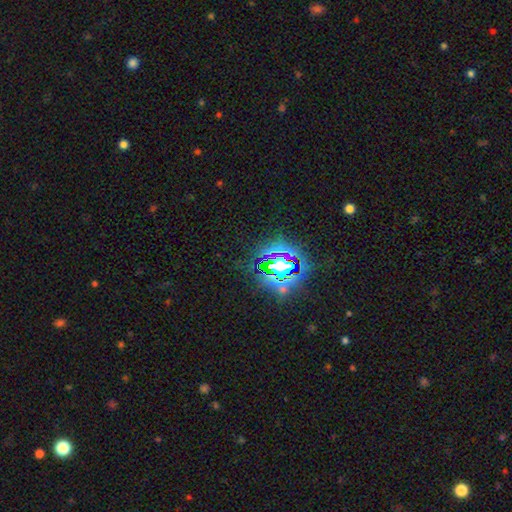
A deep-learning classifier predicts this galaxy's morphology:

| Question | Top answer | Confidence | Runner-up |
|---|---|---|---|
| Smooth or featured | star or artifact | 83% | smooth (9%) |